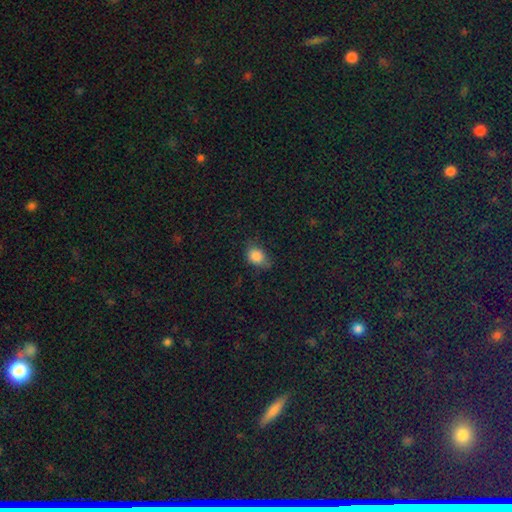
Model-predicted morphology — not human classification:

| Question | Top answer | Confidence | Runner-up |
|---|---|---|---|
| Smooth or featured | smooth | 84% | star or artifact (11%) |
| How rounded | in between | 57% | round (41%) |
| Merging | none | 64% | minor disturbance (28%) |